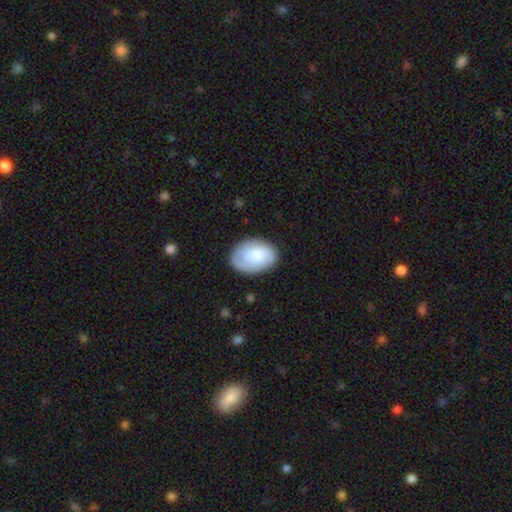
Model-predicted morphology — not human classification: Q: Smooth or featured?
A: smooth (68%); runner-up: featured or disk (26%)
Q: How rounded?
A: in between (78%); runner-up: round (21%)
Q: Merging?
A: none (75%); runner-up: minor disturbance (18%)